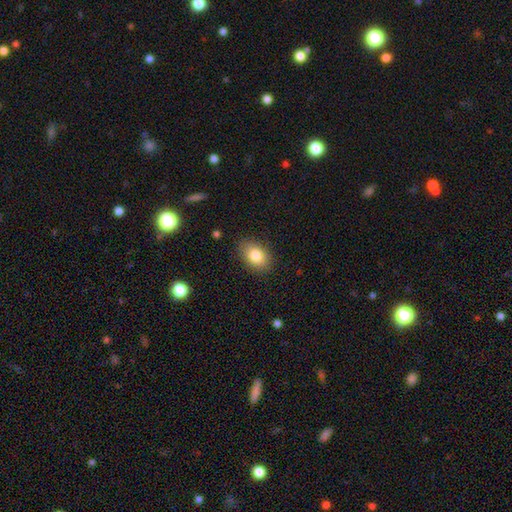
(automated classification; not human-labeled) smooth-or-featured: smooth: 84% | featured or disk: 8% | star or artifact: 8%
  how-rounded: in between: 80% | round: 19% | cigar-shaped: 1%
  merging: none: 85% | minor disturbance: 11% | major disturbance: 3% | merger: 1%